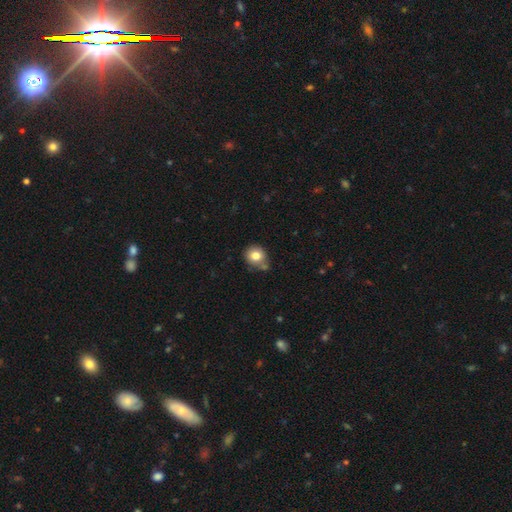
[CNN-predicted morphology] This is clearly a smooth galaxy (80%). How rounded: likely round (80%). Merging: likely none (66%).